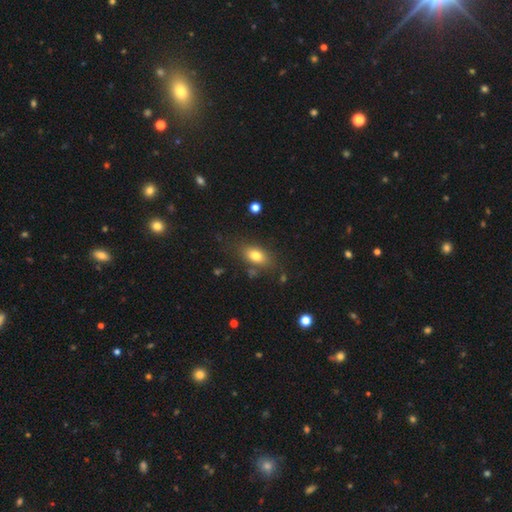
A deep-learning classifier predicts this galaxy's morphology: Smooth or featured? Predicted: smooth (p=0.78). How rounded? Predicted: in between (p=0.83). Merging? Predicted: none (p=0.78).